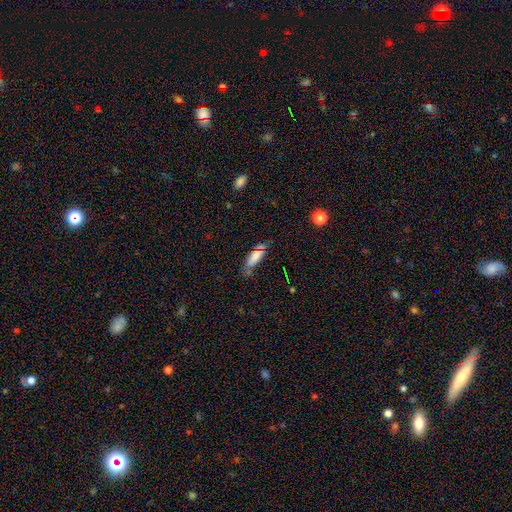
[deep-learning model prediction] A smooth galaxy with no disk features (72%) that is in between round and cigar-shaped (56%). Merging: none (59%).